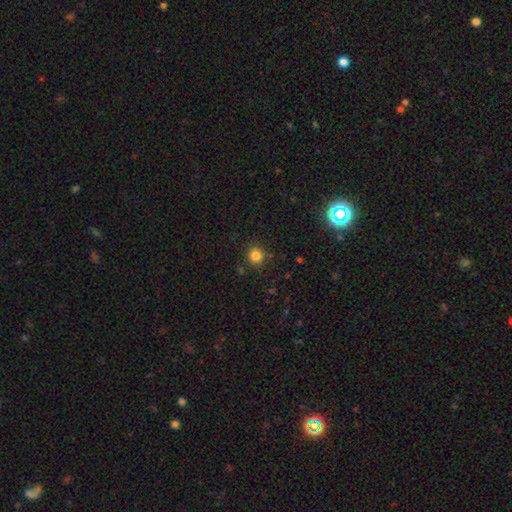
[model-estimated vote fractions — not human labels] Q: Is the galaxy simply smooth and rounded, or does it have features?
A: smooth — 82%.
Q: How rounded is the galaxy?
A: round — 91%.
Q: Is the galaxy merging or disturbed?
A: none — 86%.